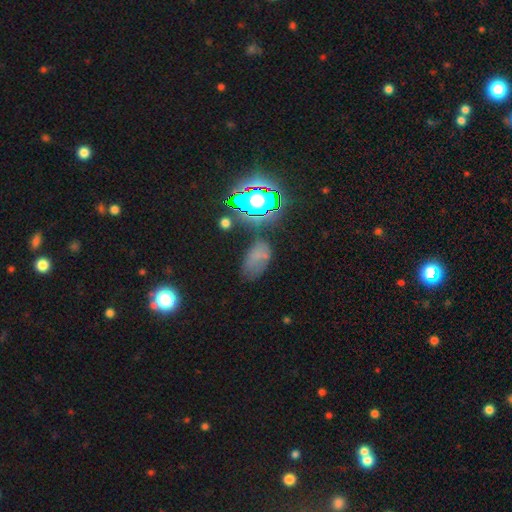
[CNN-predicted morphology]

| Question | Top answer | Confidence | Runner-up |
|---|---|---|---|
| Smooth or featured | smooth | 52% | star or artifact (29%) |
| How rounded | in between | 88% | round (10%) |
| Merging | none | 57% | minor disturbance (25%) |